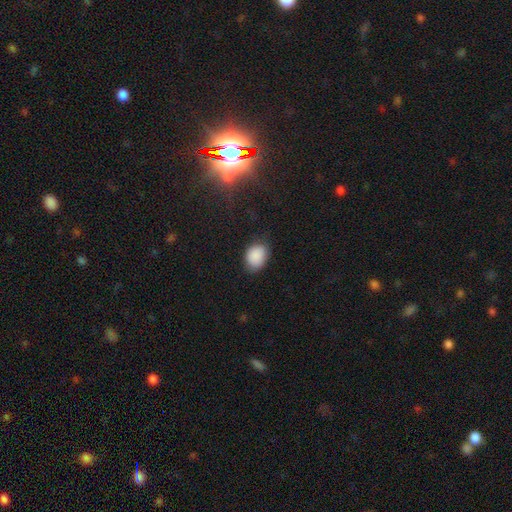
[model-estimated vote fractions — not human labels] Morphology: type=smooth (88%); roundness=in between (67%); merging=none (74%).